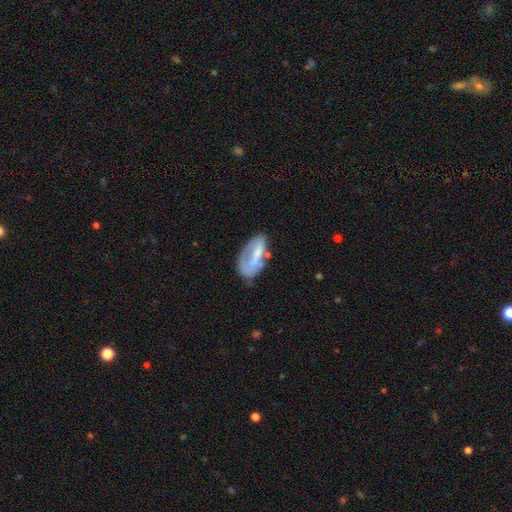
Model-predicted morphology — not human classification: featured or disk 47%, smooth 46%, star or artifact 7%. Down the decision tree: merging — none (43%).